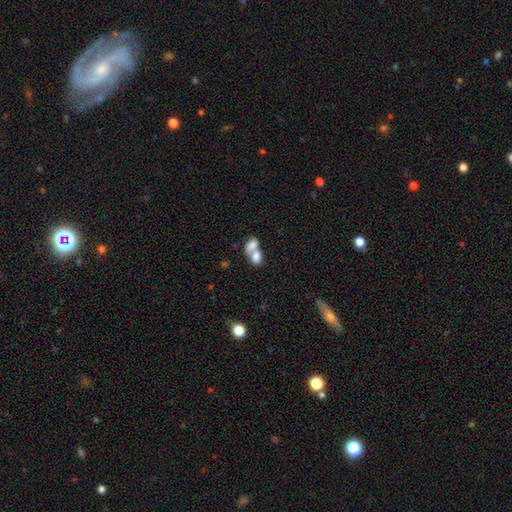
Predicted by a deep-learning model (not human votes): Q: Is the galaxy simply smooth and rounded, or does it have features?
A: smooth — 75%.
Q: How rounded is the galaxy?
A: in between — 78%.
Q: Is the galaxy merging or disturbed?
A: merger — 76%.